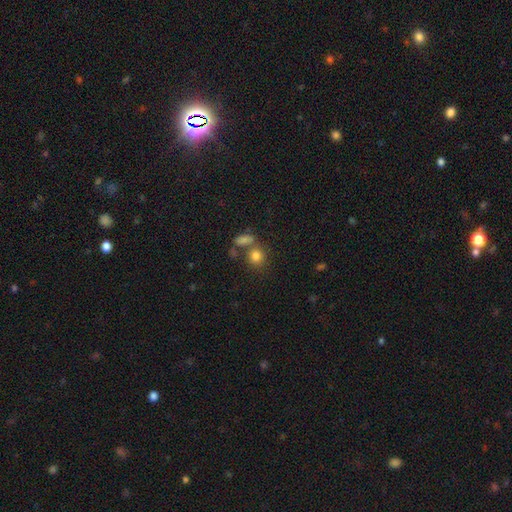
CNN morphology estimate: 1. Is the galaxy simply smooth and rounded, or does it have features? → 80% smooth, 12% star or artifact, 9% featured or disk.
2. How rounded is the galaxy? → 78% round, 21% in between, 1% cigar-shaped.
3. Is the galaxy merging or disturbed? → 57% none, 27% merger, 11% minor disturbance, 5% major disturbance.